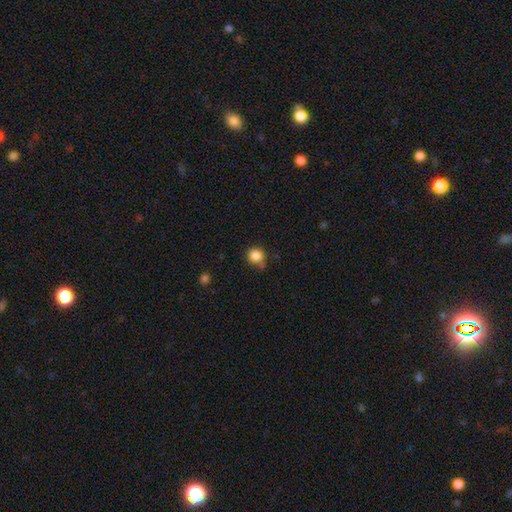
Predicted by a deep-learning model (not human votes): smooth_or_featured: smooth (p=0.85) [alt: star or artifact p=0.11]
how_rounded: round (p=0.90) [alt: in between p=0.09]
merging: none (p=0.67) [alt: minor disturbance p=0.20]